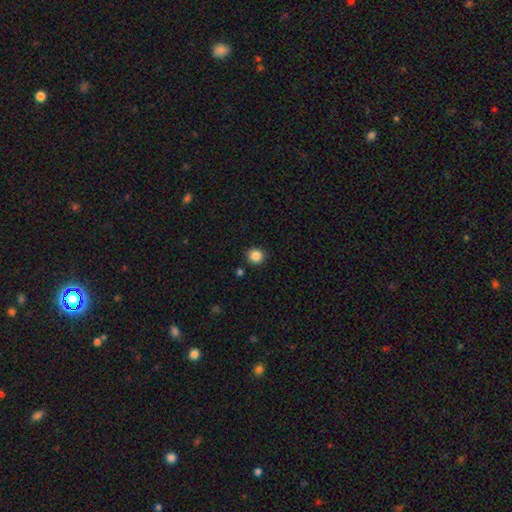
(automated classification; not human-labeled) Overall: smooth (86%). How rounded: round (93%). Merging: none (90%).